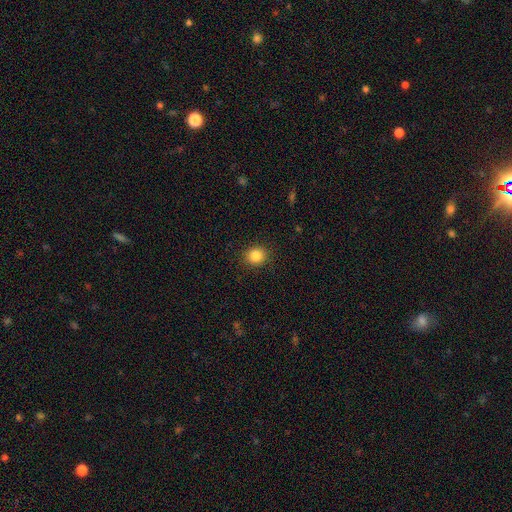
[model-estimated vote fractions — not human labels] Smooth or featured: smooth — 85% (star or artifact — 10%)
How rounded: round — 81% (in between — 18%)
Merging: none — 90% (minor disturbance — 7%)